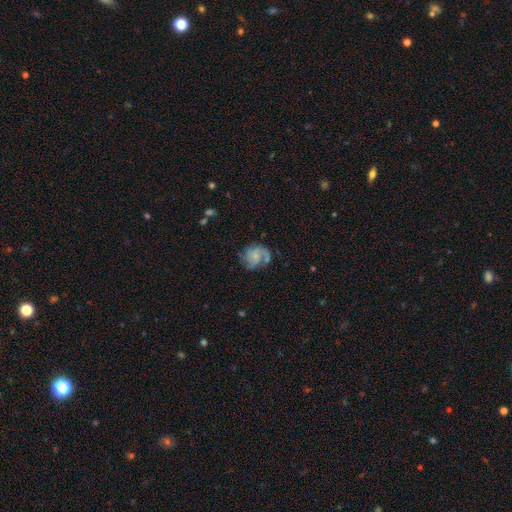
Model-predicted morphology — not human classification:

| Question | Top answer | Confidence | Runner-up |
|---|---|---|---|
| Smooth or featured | featured or disk | 72% | smooth (20%) |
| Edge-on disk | no | 98% | yes (2%) |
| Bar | no | 67% | weak (29%) |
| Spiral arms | yes | 92% | no (8%) |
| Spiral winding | medium | 44% | tight (35%) |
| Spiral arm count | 2 | 44% | 3 (19%) |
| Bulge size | small | 52% | none (24%) |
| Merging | none | 59% | minor disturbance (22%) |